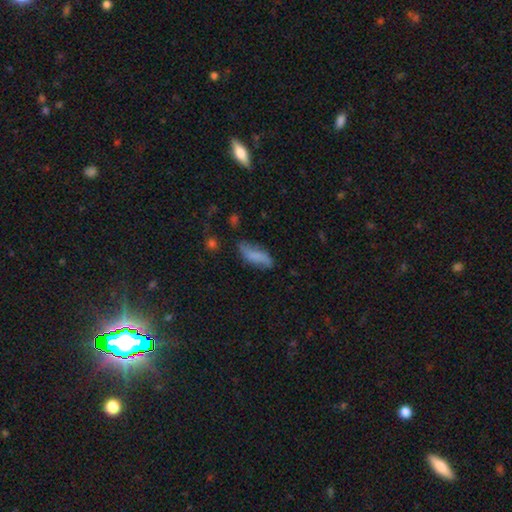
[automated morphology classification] smooth_or_featured: smooth (p=0.68) [alt: featured or disk p=0.24]
how_rounded: in between (p=0.64) [alt: cigar-shaped p=0.34]
merging: none (p=0.61) [alt: minor disturbance p=0.27]